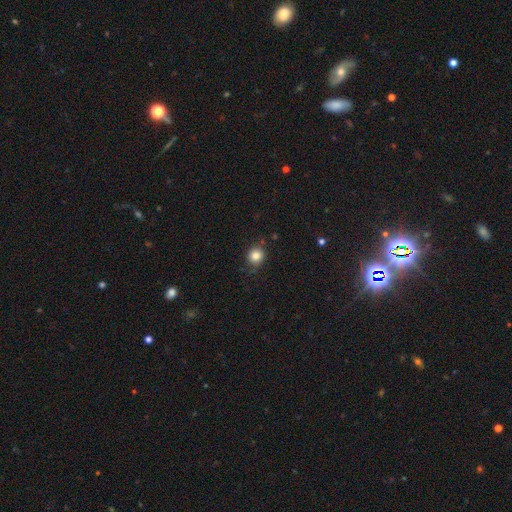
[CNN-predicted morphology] This is clearly a smooth galaxy (83%). How rounded: clearly round (82%). Merging: likely none (78%).